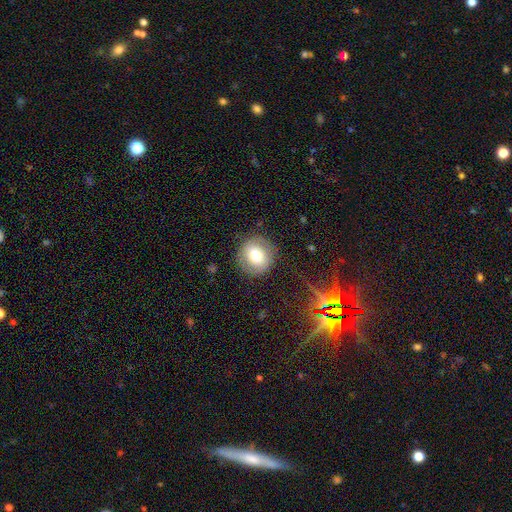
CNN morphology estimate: Q: Smooth or featured?
A: smooth (66%); runner-up: featured or disk (24%)
Q: How rounded?
A: round (89%); runner-up: in between (10%)
Q: Merging?
A: none (86%); runner-up: minor disturbance (9%)